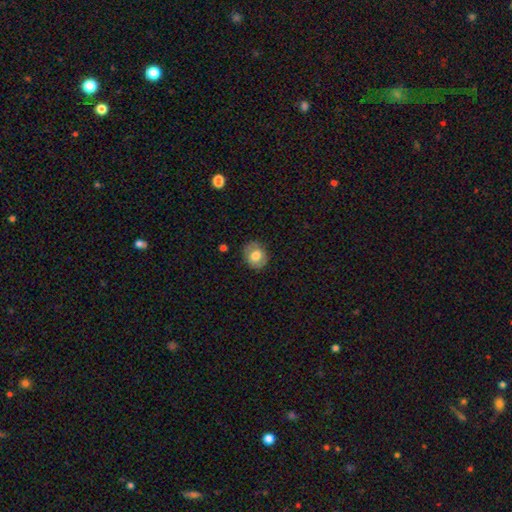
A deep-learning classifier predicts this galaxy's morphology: Smooth or featured? smooth (72%)
How rounded? round (60%)
Merging? none (83%)